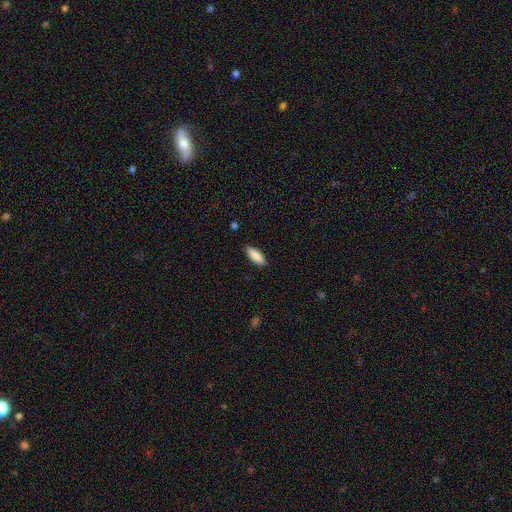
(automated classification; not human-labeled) smooth 87%, featured or disk 7%, star or artifact 6%. Down the decision tree: how rounded — in between (68%); merging — none (88%).